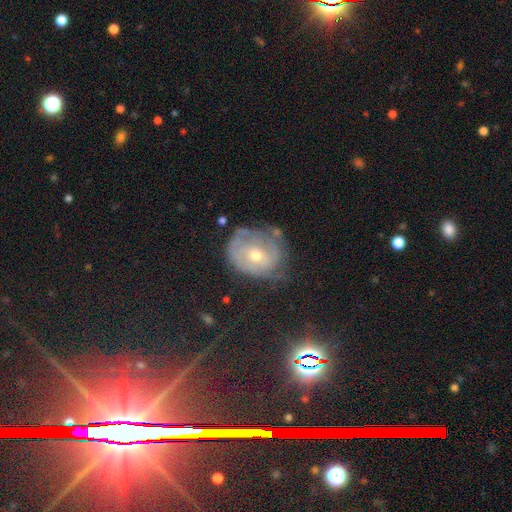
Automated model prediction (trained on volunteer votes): A featured or disk galaxy (62%) with no bar (73%), spiral arms (68%) and a moderate central bulge (49%). Merging: none (50%).